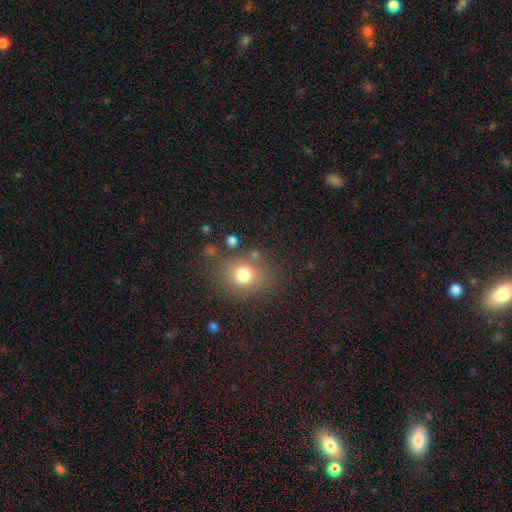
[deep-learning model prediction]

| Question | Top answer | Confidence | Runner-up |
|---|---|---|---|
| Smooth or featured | smooth | 74% | star or artifact (16%) |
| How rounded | round | 61% | in between (38%) |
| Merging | none | 78% | minor disturbance (13%) |